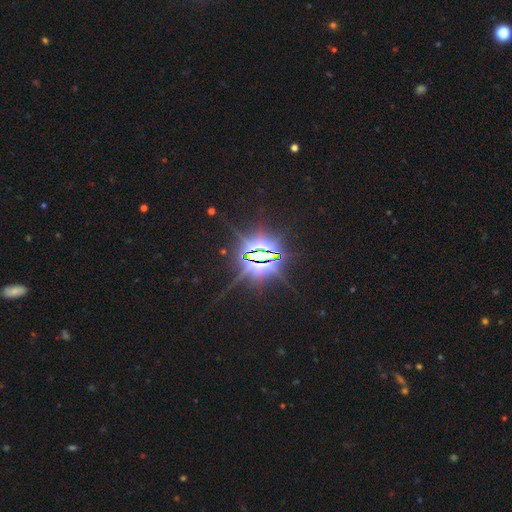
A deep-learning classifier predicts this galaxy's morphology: Smooth or featured? Predicted: star or artifact (p=0.85).